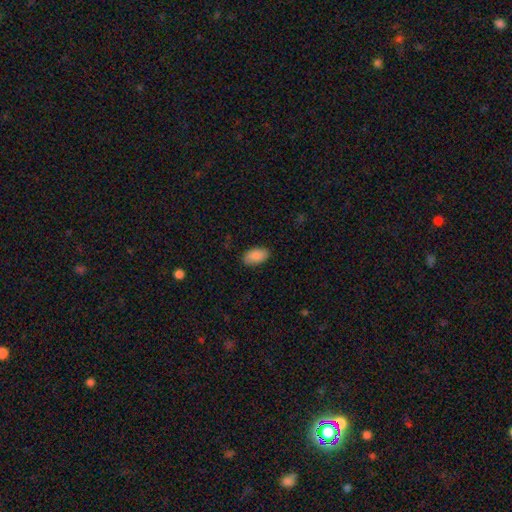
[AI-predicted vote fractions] A smooth galaxy with no disk features (87%) that is in between round and cigar-shaped (95%). Merging: none (86%).